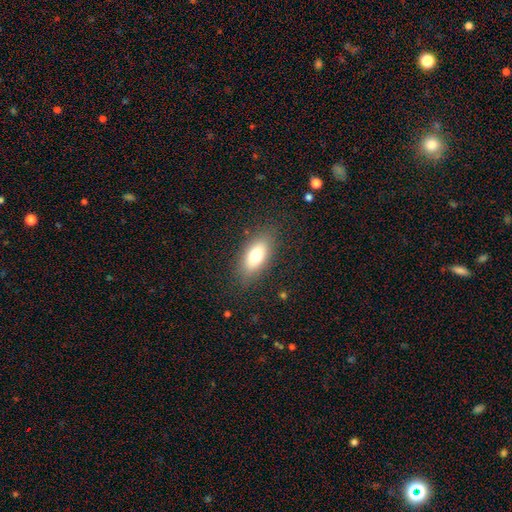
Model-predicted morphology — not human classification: smooth-or-featured: smooth: 72% | featured or disk: 19% | star or artifact: 9%
  how-rounded: in between: 83% | cigar-shaped: 11% | round: 5%
  merging: none: 84% | minor disturbance: 11% | major disturbance: 4% | merger: 1%